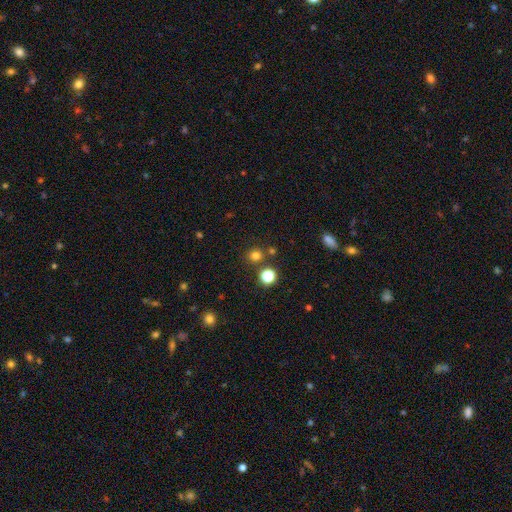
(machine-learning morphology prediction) Smooth or featured: smooth — 75% (star or artifact — 20%)
How rounded: round — 89% (in between — 10%)
Merging: none — 81% (merger — 9%)